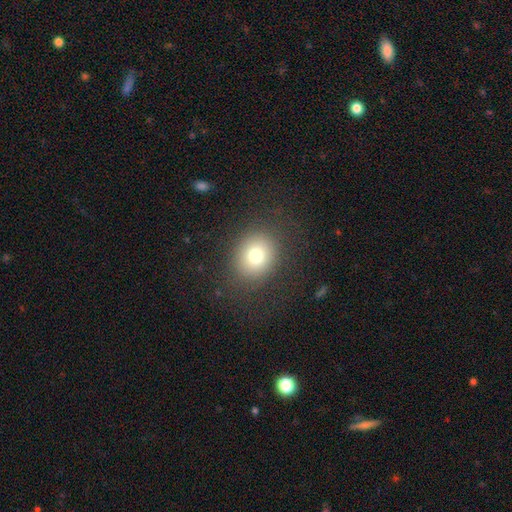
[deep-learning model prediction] Morphology: type=smooth (75%); roundness=round (68%); merging=none (85%).